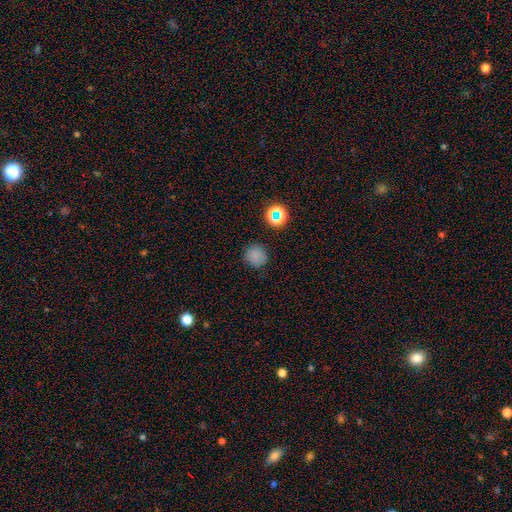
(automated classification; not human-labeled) The model was most divided on "smooth or featured": smooth: 77%, star or artifact: 18%, featured or disk: 5%. More confident: how rounded — round (93%); merging — none (86%).